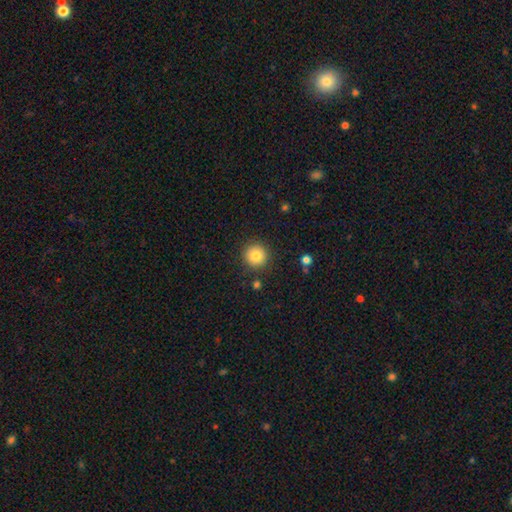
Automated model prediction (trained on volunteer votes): smooth_or_featured: smooth (p=0.83) [alt: star or artifact p=0.11]
how_rounded: round (p=0.95) [alt: in between p=0.04]
merging: none (p=0.89) [alt: minor disturbance p=0.07]